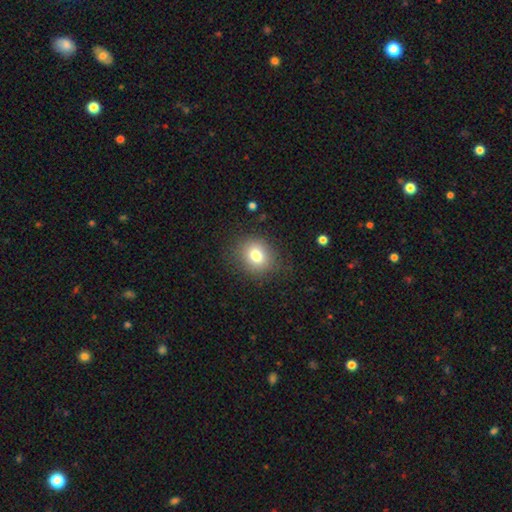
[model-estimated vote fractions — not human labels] Morphology: type=smooth (77%); roundness=round (74%); merging=none (84%).